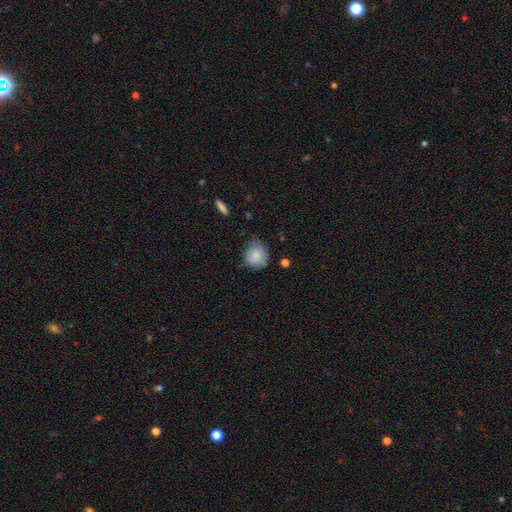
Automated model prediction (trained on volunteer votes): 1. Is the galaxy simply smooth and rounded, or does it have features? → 84% smooth, 8% featured or disk, 8% star or artifact.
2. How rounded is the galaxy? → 85% round, 14% in between, 1% cigar-shaped.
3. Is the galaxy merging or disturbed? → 66% none, 27% minor disturbance, 5% major disturbance, 2% merger.